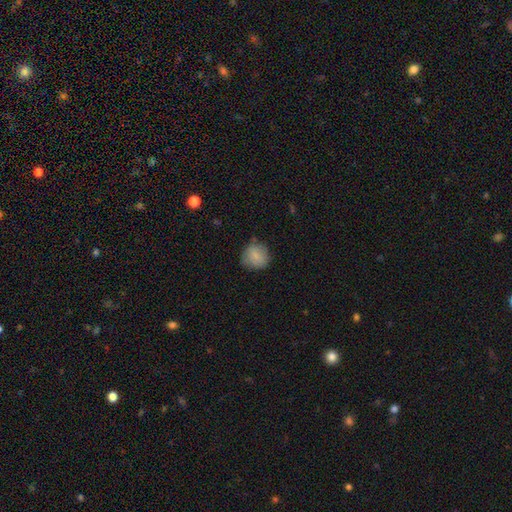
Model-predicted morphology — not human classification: Smooth or featured: smooth — 82% (featured or disk — 10%)
How rounded: round — 85% (in between — 14%)
Merging: none — 73% (minor disturbance — 21%)